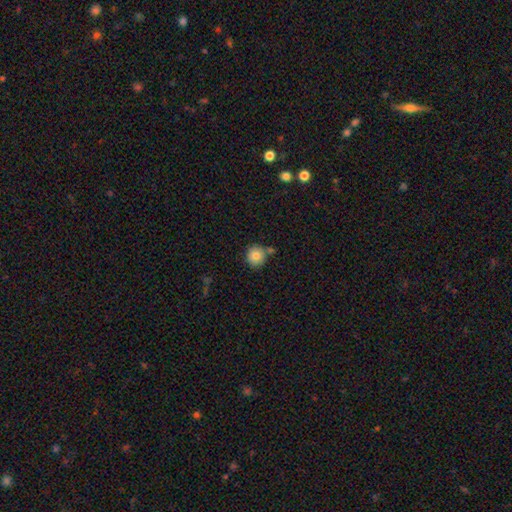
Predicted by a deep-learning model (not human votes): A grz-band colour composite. It shows a smooth galaxy with no disk features (82%) that is round (93%). Merging: none (72%).